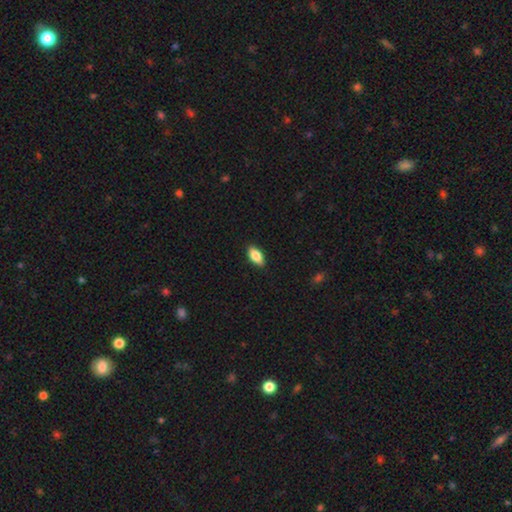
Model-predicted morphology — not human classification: This is clearly a smooth galaxy (81%). How rounded: clearly in between (88%). Merging: clearly none (89%).